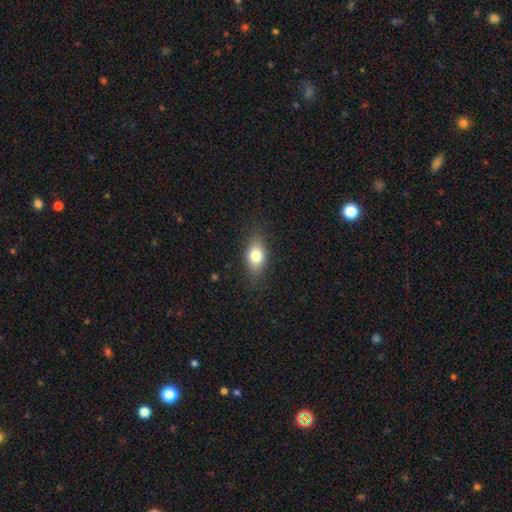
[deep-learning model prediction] This is likely a smooth galaxy (77%). How rounded: likely in between (80%). Merging: clearly none (83%).